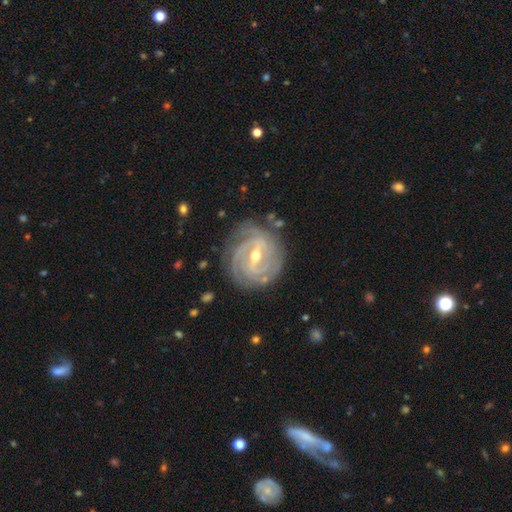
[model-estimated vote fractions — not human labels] featured or disk 92%, star or artifact 4%, smooth 4%. Down the decision tree: edge-on disk — no (97%); bar — strong (45%); spiral arms — yes (98%); spiral arm count — 3 (33%); spiral winding — tight (78%); bulge size — moderate (55%); merging — none (80%).